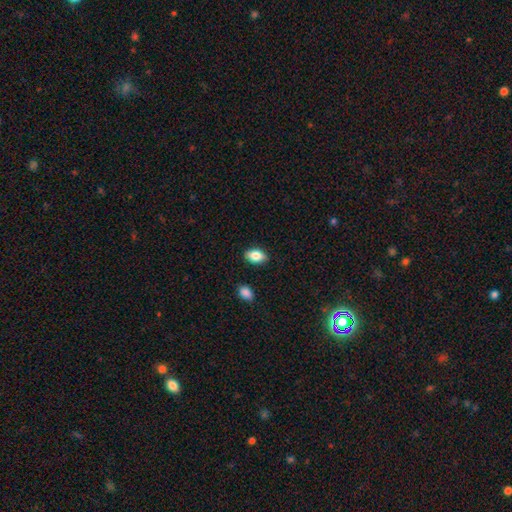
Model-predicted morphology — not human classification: Smooth or featured? smooth (83%)
How rounded? in between (89%)
Merging? none (87%)